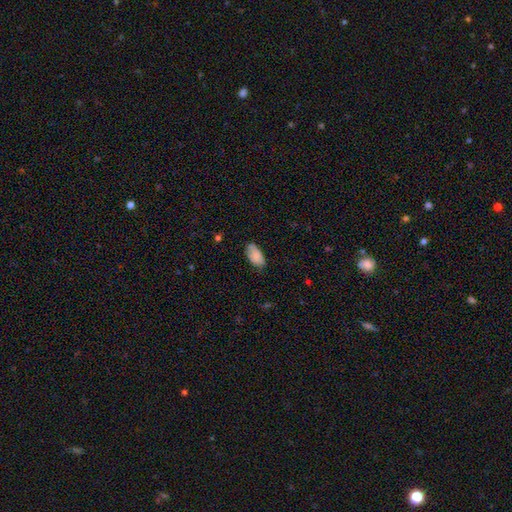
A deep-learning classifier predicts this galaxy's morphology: The model was most divided on "merging": none: 68%, minor disturbance: 25%, major disturbance: 4%, merger: 3%. More confident: how rounded — in between (94%); smooth or featured — smooth (83%).